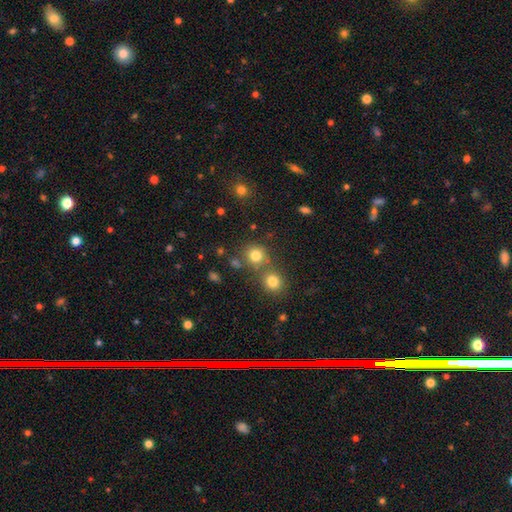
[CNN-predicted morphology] Overall: smooth (78%). How rounded: round (88%). Merging: none (66%).